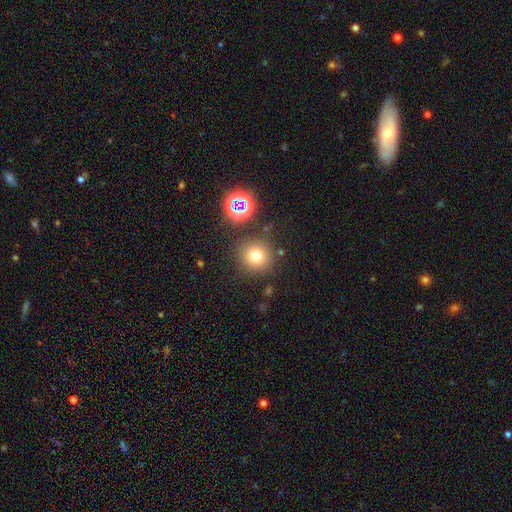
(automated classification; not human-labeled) This is likely a smooth galaxy (73%). How rounded: clearly round (94%). Merging: clearly none (82%).